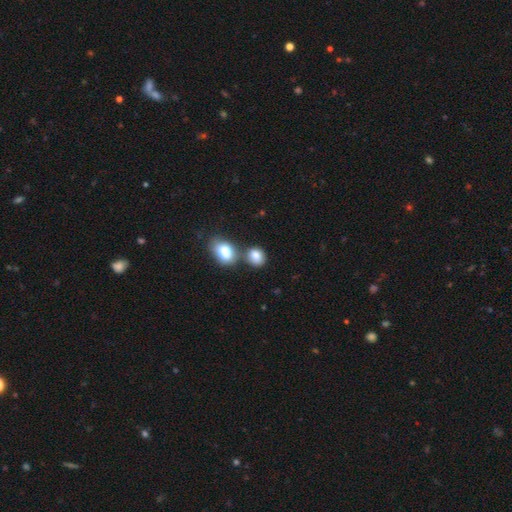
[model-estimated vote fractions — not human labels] A smooth galaxy with no disk features (82%) that is round (55%).

Vote fractions:
- Smooth or featured? smooth: 82% / star or artifact: 10% / featured or disk: 8%
- How rounded? round: 55% / in between: 44% / cigar-shaped: 1%
- Merging? none: 53% / merger: 30% / minor disturbance: 13% / major disturbance: 4%